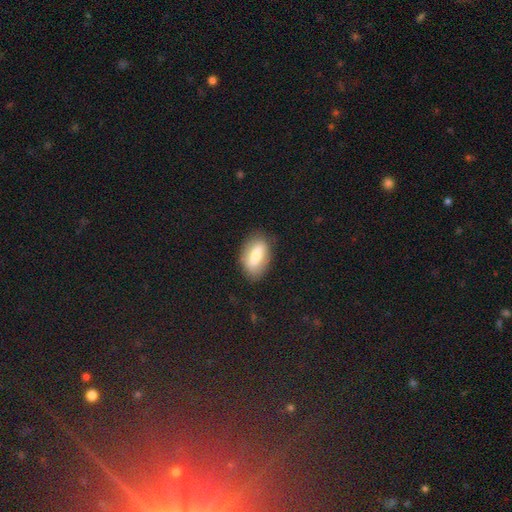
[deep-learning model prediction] A smooth galaxy with no disk features (73%) that is in between round and cigar-shaped (89%).

Vote fractions:
- Smooth or featured? smooth: 73% / featured or disk: 21% / star or artifact: 7%
- How rounded? in between: 89% / cigar-shaped: 6% / round: 5%
- Merging? none: 81% / minor disturbance: 14% / major disturbance: 4% / merger: 1%